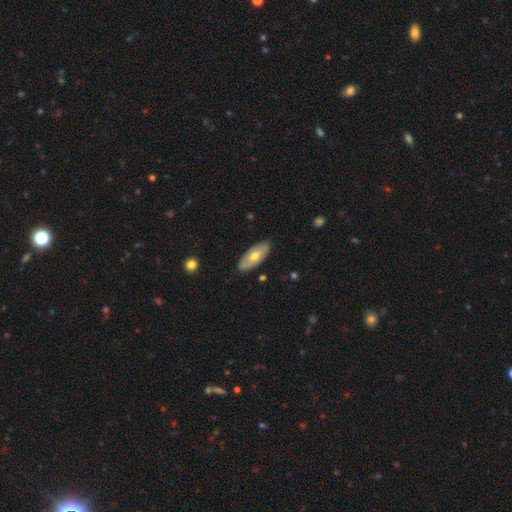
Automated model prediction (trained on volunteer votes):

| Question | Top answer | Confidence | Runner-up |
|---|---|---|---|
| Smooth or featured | smooth | 59% | featured or disk (36%) |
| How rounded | in between | 88% | cigar-shaped (10%) |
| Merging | none | 85% | minor disturbance (12%) |